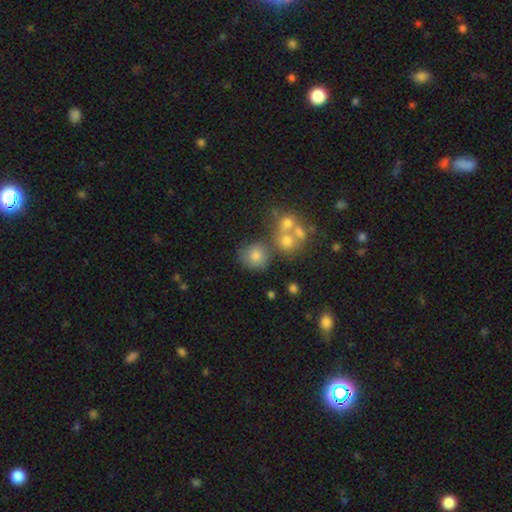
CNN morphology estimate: Smooth or featured? Predicted: smooth (p=0.74). How rounded? Predicted: round (p=0.83). Merging? Predicted: none (p=0.58).